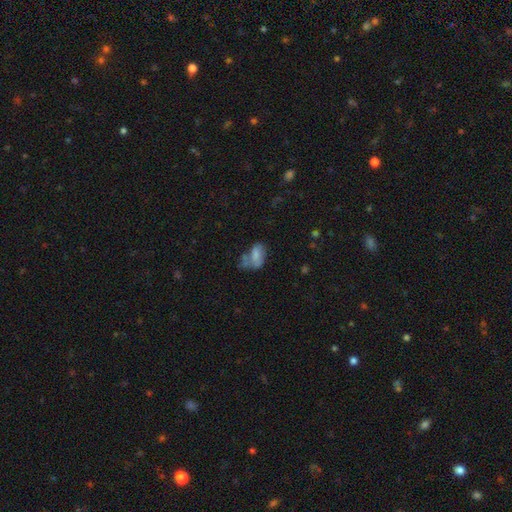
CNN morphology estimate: This is likely a smooth galaxy (63%). How rounded: clearly in between (88%). Merging: marginally none (31%).